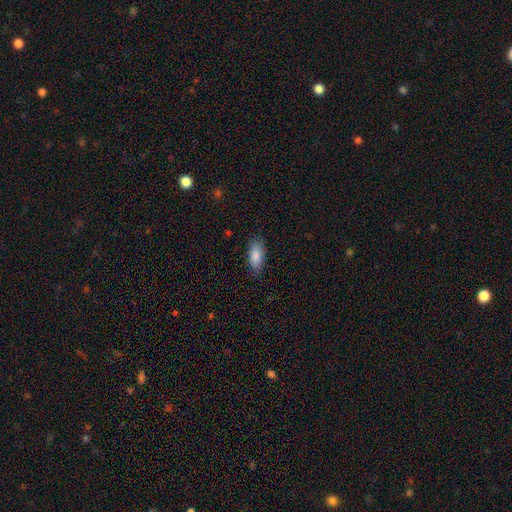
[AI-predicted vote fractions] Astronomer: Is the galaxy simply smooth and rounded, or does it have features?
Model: smooth — 85%.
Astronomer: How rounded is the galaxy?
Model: in between — 85%.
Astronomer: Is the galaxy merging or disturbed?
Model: none — 81%.